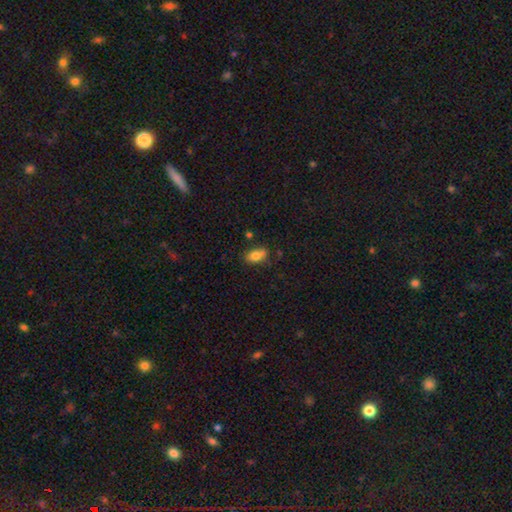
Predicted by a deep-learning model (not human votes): Smooth or featured? Predicted: smooth (p=0.82). How rounded? Predicted: in between (p=0.87). Merging? Predicted: none (p=0.66).